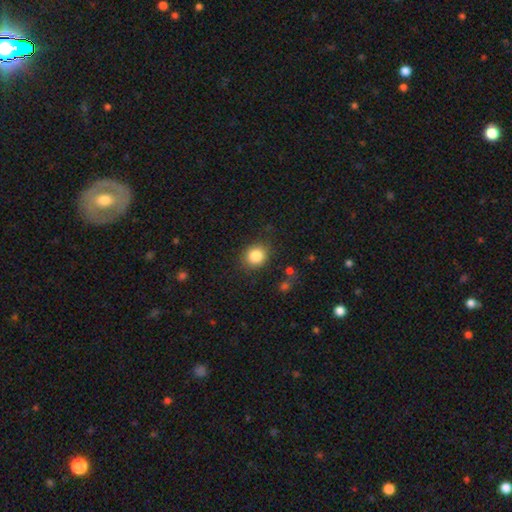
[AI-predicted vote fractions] Morphology: type=smooth (85%); roundness=round (76%); merging=none (83%).